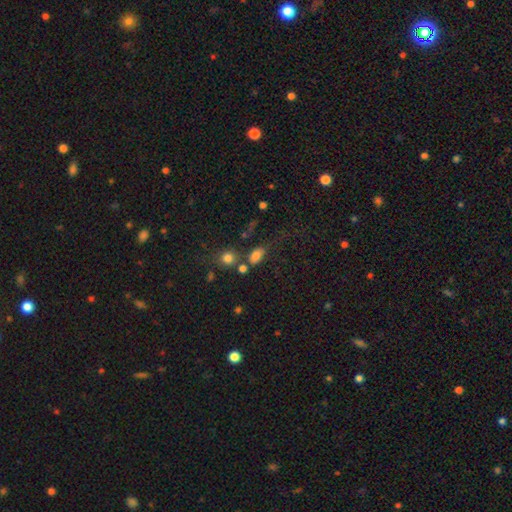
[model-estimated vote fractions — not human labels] A smooth galaxy with no disk features (79%) that is in between round and cigar-shaped (83%).

Vote fractions:
- Smooth or featured? smooth: 79% / star or artifact: 13% / featured or disk: 8%
- How rounded? in between: 83% / round: 14% / cigar-shaped: 3%
- Merging? none: 54% / merger: 19% / minor disturbance: 17% / major disturbance: 11%